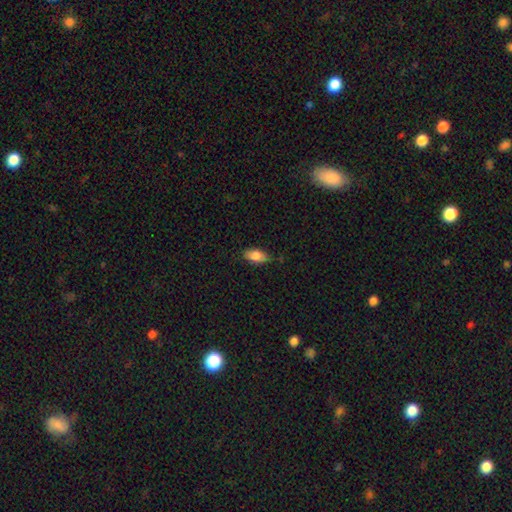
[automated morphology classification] type=smooth (83%); roundness=in between (89%); merging=none (79%).